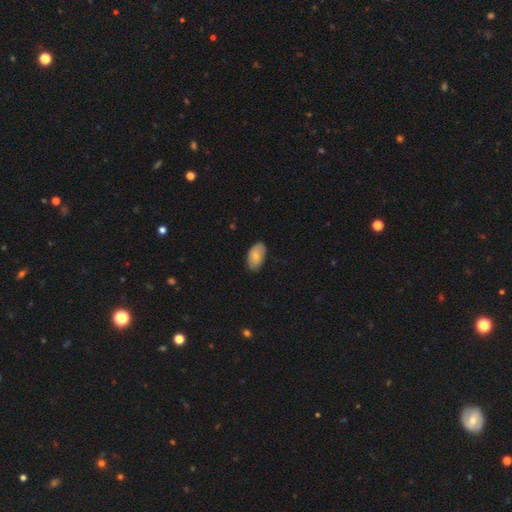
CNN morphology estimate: Overall: smooth (74%). How rounded: in between (93%). Merging: none (77%).